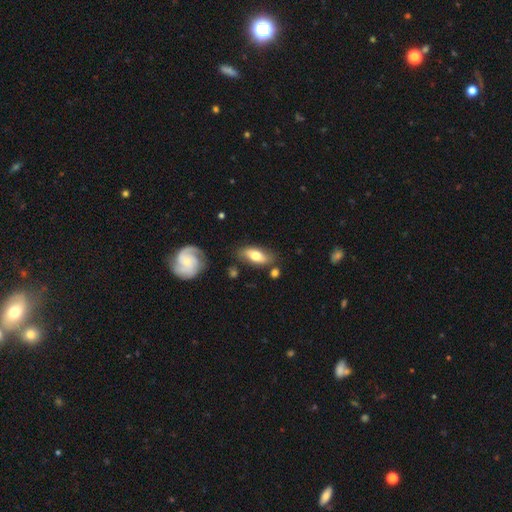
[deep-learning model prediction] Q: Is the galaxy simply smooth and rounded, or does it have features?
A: smooth — 61%.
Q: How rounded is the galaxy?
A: in between — 83%.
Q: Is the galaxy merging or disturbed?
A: none — 72%.